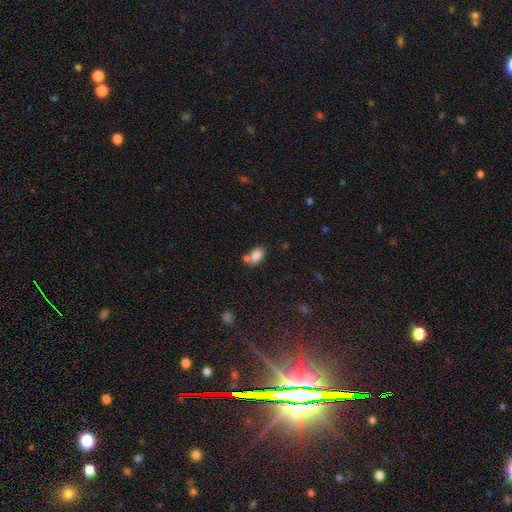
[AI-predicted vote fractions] A smooth galaxy with no disk features (83%) that is in between round and cigar-shaped (85%).

Vote fractions:
- Smooth or featured? smooth: 83% / star or artifact: 10% / featured or disk: 7%
- How rounded? in between: 85% / round: 14% / cigar-shaped: 2%
- Merging? none: 48% / merger: 32% / minor disturbance: 14% / major disturbance: 5%